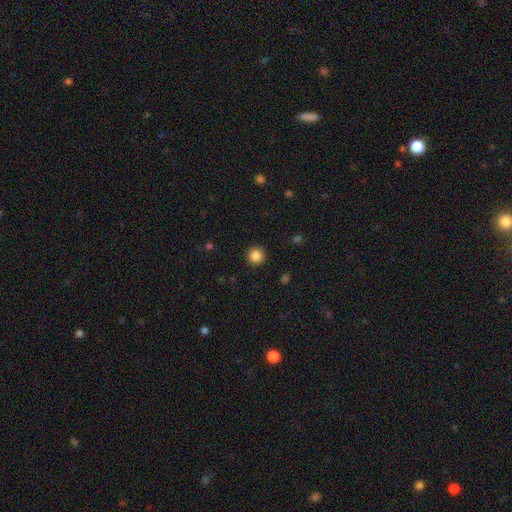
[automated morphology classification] Overall: smooth (86%). How rounded: round (95%). Merging: none (92%).